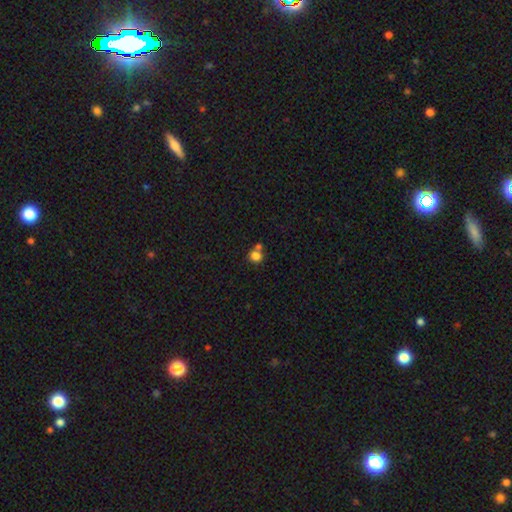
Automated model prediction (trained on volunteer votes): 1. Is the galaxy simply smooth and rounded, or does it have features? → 81% smooth, 12% star or artifact, 7% featured or disk.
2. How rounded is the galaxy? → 81% round, 18% in between, 1% cigar-shaped.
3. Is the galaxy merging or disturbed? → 55% none, 33% merger, 9% minor disturbance, 3% major disturbance.